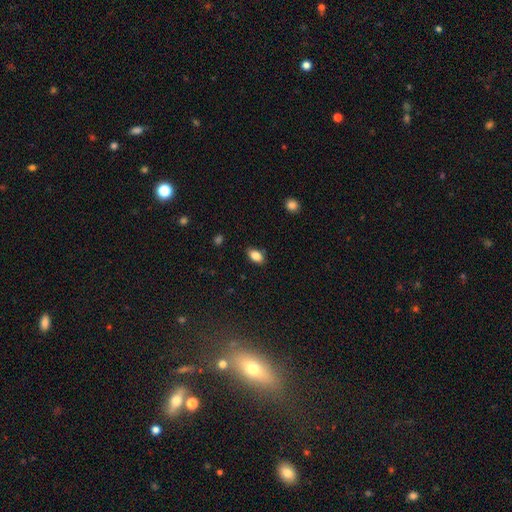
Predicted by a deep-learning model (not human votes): Smooth or featured? smooth (85%)
How rounded? in between (89%)
Merging? none (85%)